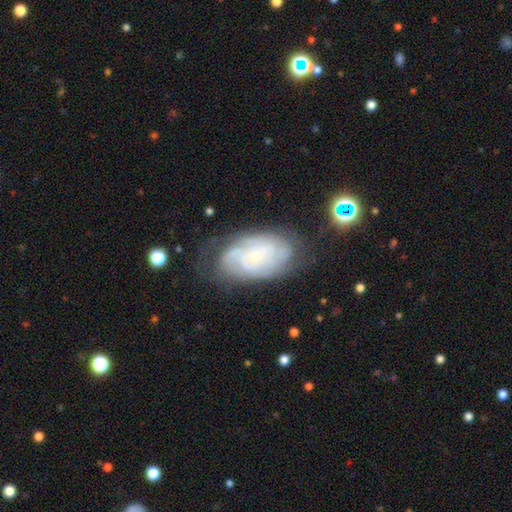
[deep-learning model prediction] The model was most divided on "spiral arm count": can't tell: 44%, 2: 16%, 3: 16%, 4: 14%, more than 4: 6%, 1: 4%. More confident: edge-on disk — no (96%); spiral arms — yes (92%); bulge size — small (80%); smooth or featured — featured or disk (73%); bar — no (71%); merging — none (66%); spiral winding — tight (62%).